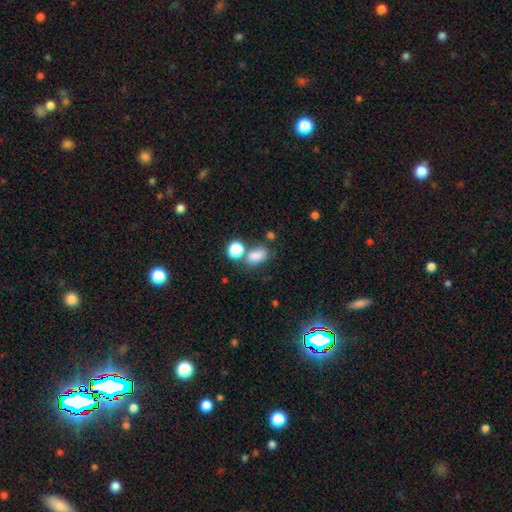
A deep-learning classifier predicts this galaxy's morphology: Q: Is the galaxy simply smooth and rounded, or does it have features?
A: smooth — 81%.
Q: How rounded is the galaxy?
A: in between — 82%.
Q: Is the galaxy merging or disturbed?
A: none — 57%.